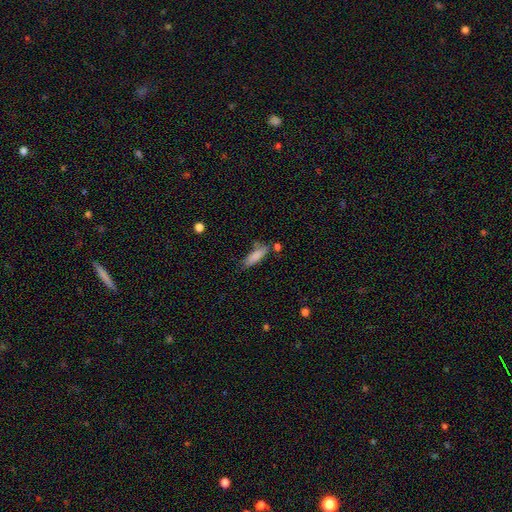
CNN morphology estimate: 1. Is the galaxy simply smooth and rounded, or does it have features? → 84% smooth, 9% featured or disk, 7% star or artifact.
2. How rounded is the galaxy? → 50% cigar-shaped, 48% in between, 2% round.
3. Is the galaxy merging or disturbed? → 63% none, 21% minor disturbance, 10% merger, 6% major disturbance.